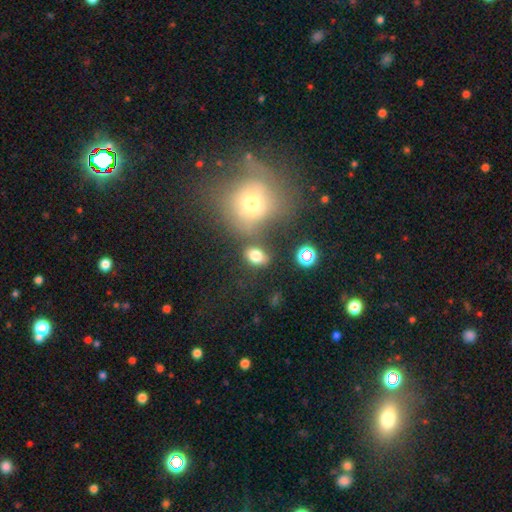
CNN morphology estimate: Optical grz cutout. It shows a smooth galaxy with no disk features (77%) that is in between round and cigar-shaped (69%). Merging: none (66%).